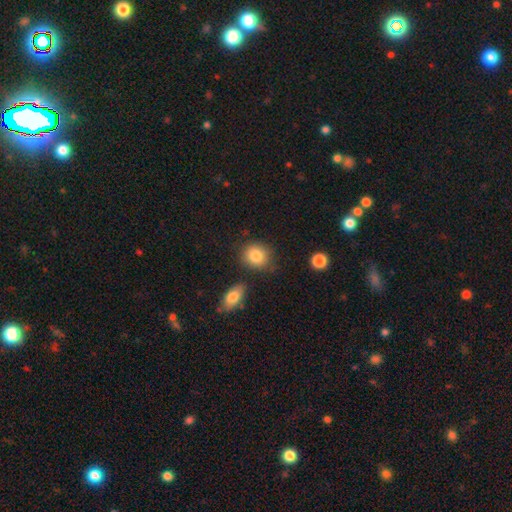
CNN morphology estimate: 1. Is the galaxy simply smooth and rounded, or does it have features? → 85% smooth, 8% star or artifact, 7% featured or disk.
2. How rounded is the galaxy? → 75% round, 24% in between, 1% cigar-shaped.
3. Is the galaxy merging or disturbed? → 78% none, 12% minor disturbance, 7% merger, 3% major disturbance.